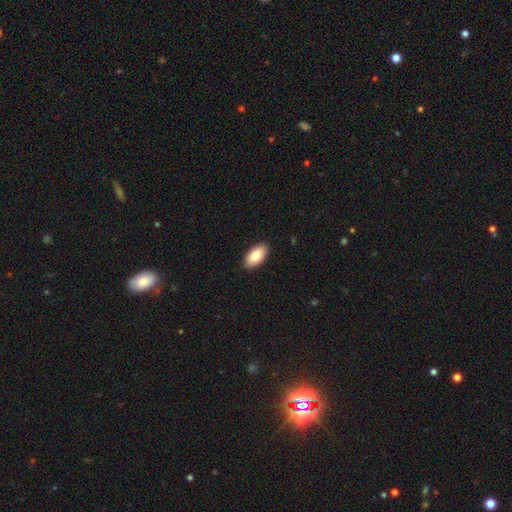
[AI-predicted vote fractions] The model was most divided on "smooth or featured": smooth: 87%, featured or disk: 7%, star or artifact: 6%. More confident: how rounded — in between (95%); merging — none (90%).